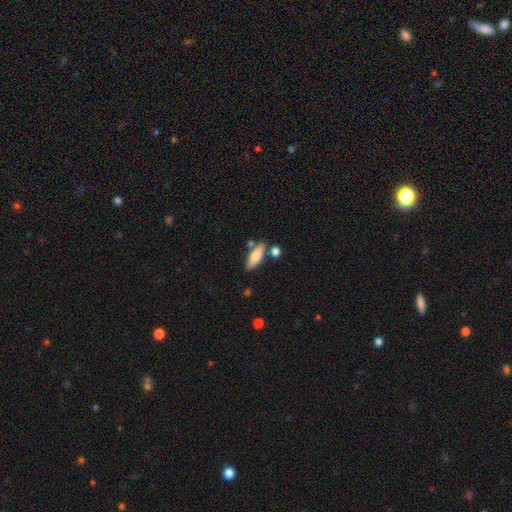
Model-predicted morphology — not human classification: type=smooth (74%); roundness=in between (60%); merging=none (75%).